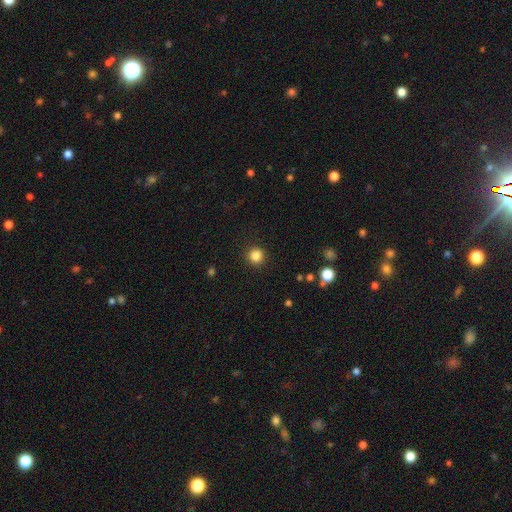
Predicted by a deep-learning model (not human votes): smooth-or-featured: smooth: 84% | star or artifact: 12% | featured or disk: 4%
  how-rounded: round: 94% | in between: 5% | cigar-shaped: 1%
  merging: none: 91% | minor disturbance: 6% | major disturbance: 2% | merger: 1%